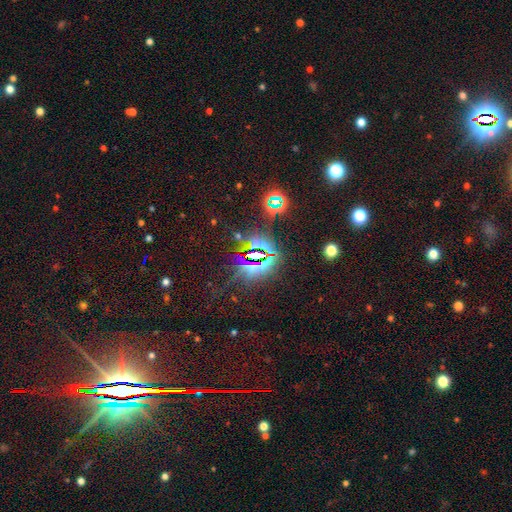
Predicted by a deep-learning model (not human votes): Smooth or featured?
  - star or artifact: 80% *
  - smooth: 11%
  - featured or disk: 9%